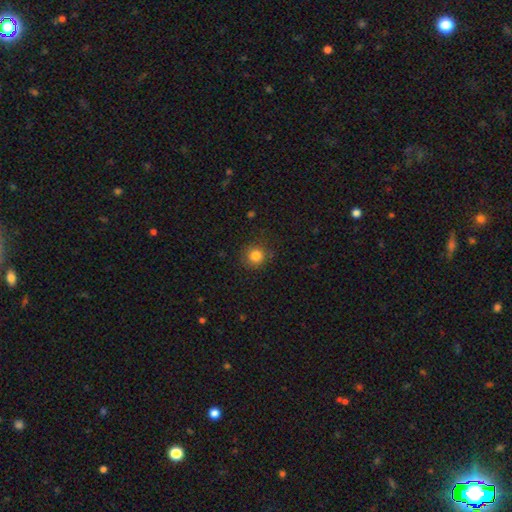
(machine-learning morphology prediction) type=smooth (84%); roundness=round (91%); merging=none (84%).